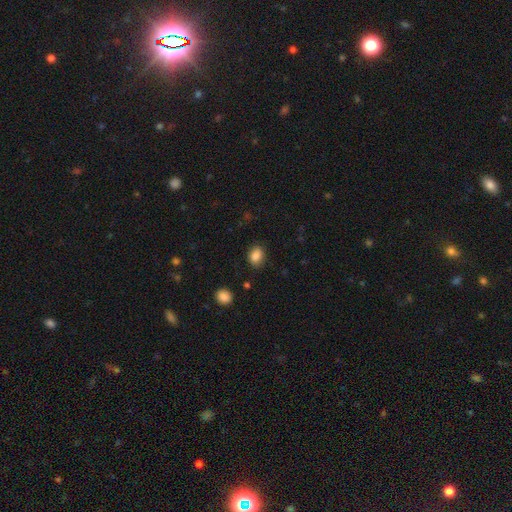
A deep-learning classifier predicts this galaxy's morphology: A smooth galaxy with no disk features (87%) that is in between round and cigar-shaped (65%). Merging: none (85%).